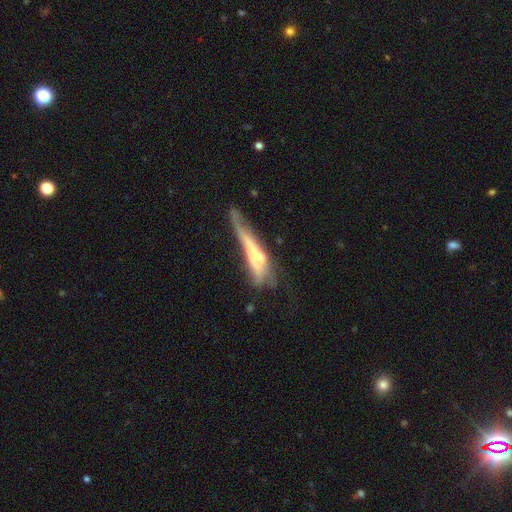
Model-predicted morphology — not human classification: smooth_or_featured: featured or disk (p=0.51) [alt: smooth p=0.41]
disk_edge_on: yes (p=0.58) [alt: no p=0.42]
merging: major disturbance (p=0.40) [alt: none p=0.23]